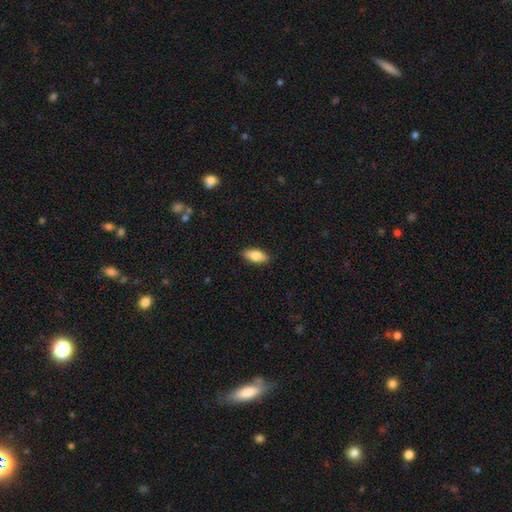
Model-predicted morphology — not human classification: Smooth or featured: smooth — 77% (featured or disk — 16%)
How rounded: in between — 82% (cigar-shaped — 15%)
Merging: none — 88% (minor disturbance — 9%)